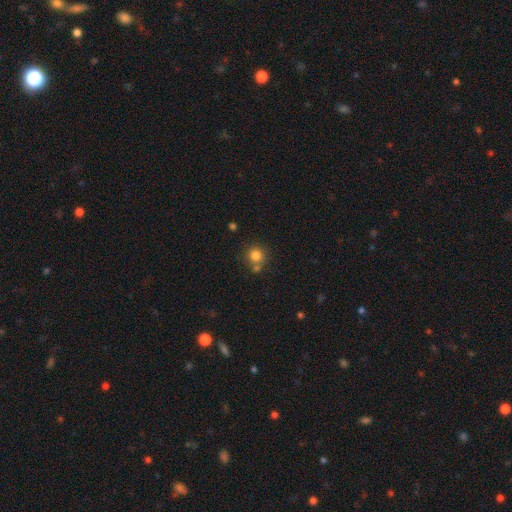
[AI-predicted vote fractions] This is clearly a smooth galaxy (81%). How rounded: clearly round (90%). Merging: likely none (67%).